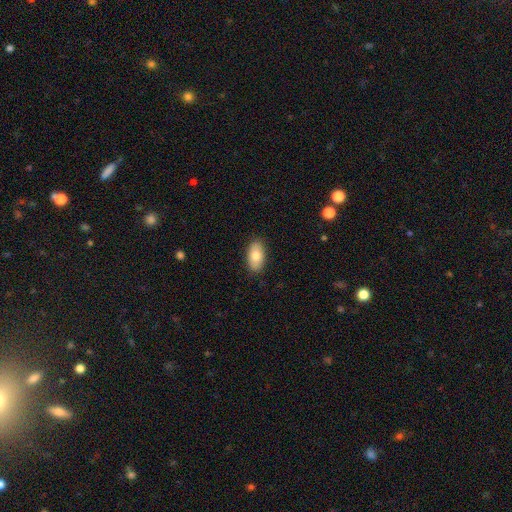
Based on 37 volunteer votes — smooth_or_featured: smooth (p=0.84) [alt: featured or disk p=0.16]
how_rounded: in between (p=0.94) [alt: round p=0.03]
merging: none (p=0.76) [alt: minor disturbance p=0.22]